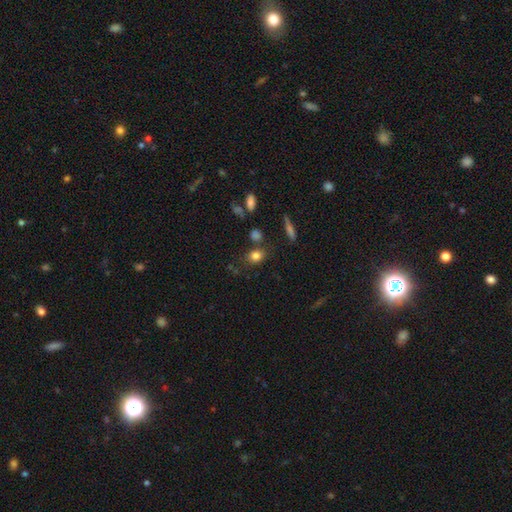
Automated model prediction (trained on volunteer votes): Q: Smooth or featured?
A: smooth (81%); runner-up: star or artifact (11%)
Q: How rounded?
A: in between (54%); runner-up: round (43%)
Q: Merging?
A: none (75%); runner-up: minor disturbance (13%)